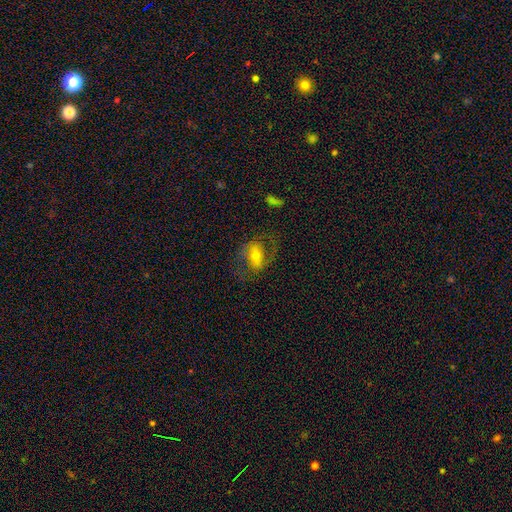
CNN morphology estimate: A featured or disk galaxy (59%) with a strong bar (41%), spiral arms (66%) and a moderate central bulge (59%).

Vote fractions:
- Smooth or featured? featured or disk: 59% / smooth: 32% / star or artifact: 9%
- Edge-on disk? no: 92% / yes: 8%
- Bar? strong: 41% / weak: 34% / no: 25%
- Spiral arms? yes: 66% / no: 34%
- Bulge size? moderate: 59% / small: 28% / large: 10% / none: 2% / dominant: 2%
- Merging? none: 63% / major disturbance: 18% / minor disturbance: 17% / merger: 2%